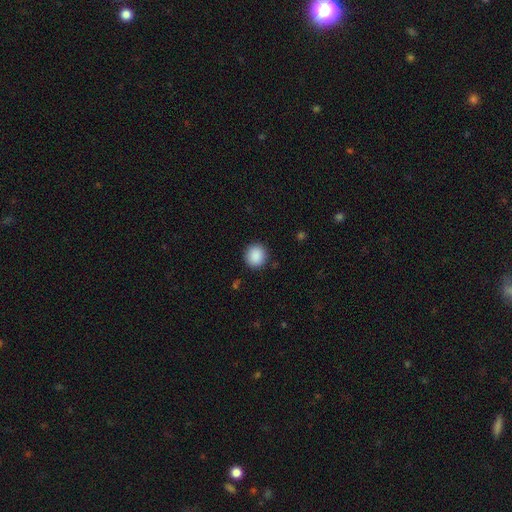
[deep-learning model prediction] Q: Smooth or featured?
A: smooth (90%); runner-up: star or artifact (8%)
Q: How rounded?
A: round (89%); runner-up: in between (10%)
Q: Merging?
A: none (91%); runner-up: minor disturbance (6%)